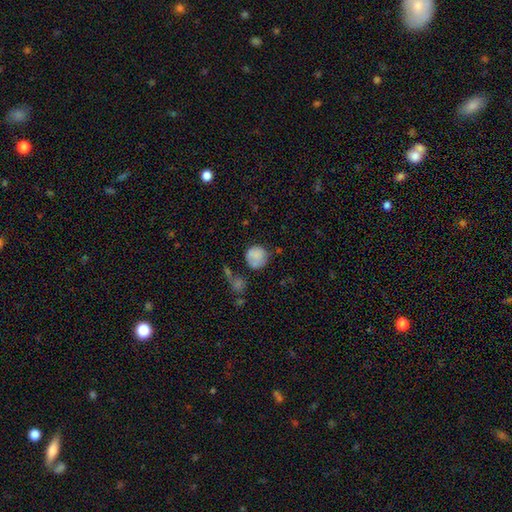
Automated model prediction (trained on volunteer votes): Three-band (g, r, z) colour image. It shows a smooth galaxy with no disk features (80%) that is round (85%). Merging: none (54%).